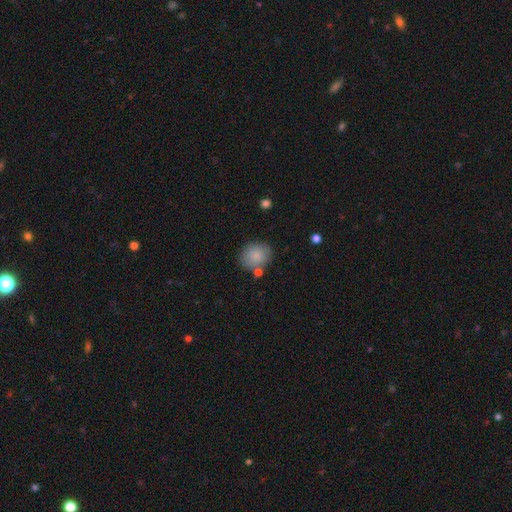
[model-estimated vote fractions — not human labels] The model was most divided on "how rounded": round: 65%, in between: 34%, cigar-shaped: 1%. More confident: smooth or featured — smooth (85%); merging — none (72%).